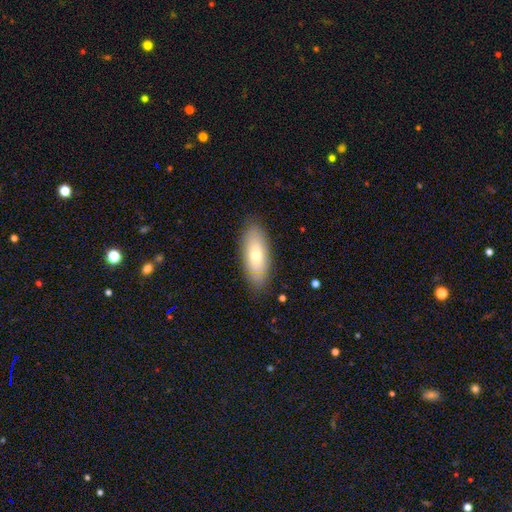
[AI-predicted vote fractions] Smooth or featured? smooth (64%)
How rounded? in between (79%)
Merging? none (84%)